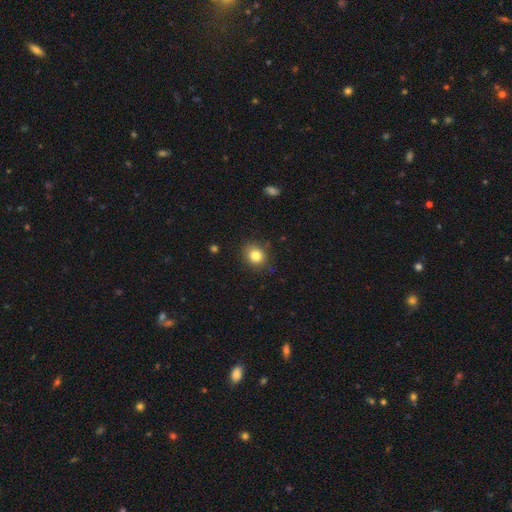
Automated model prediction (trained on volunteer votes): Overall: smooth (82%). How rounded: round (70%). Merging: none (86%).